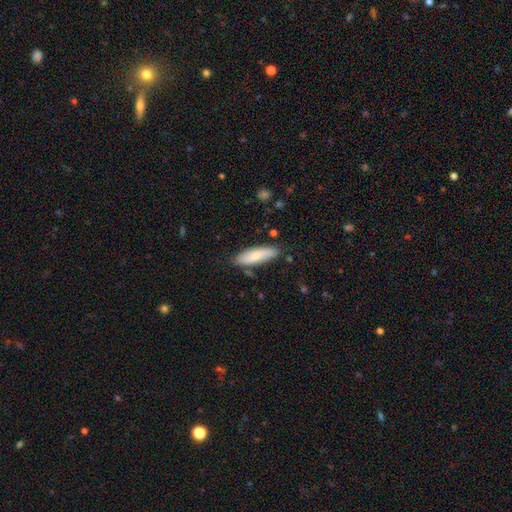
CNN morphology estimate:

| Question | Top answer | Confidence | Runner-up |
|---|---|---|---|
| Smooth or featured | smooth | 79% | featured or disk (15%) |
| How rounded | cigar-shaped | 52% | in between (46%) |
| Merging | none | 81% | minor disturbance (15%) |